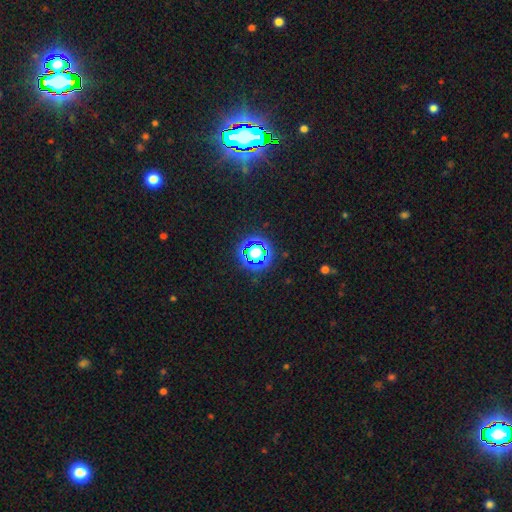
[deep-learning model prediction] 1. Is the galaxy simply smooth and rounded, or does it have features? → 82% star or artifact, 11% smooth, 7% featured or disk.